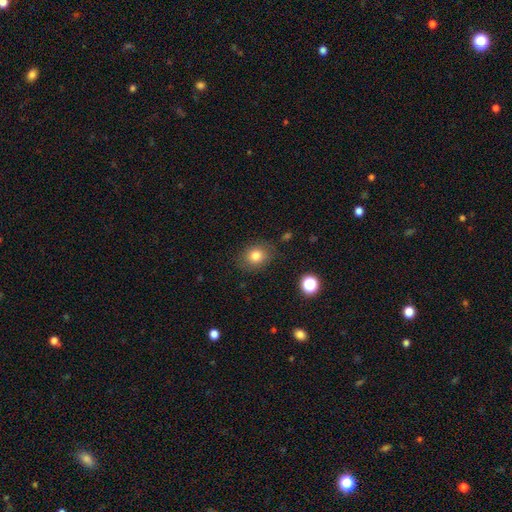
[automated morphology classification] Smooth or featured: smooth — 80% (star or artifact — 12%)
How rounded: round — 63% (in between — 36%)
Merging: none — 82% (minor disturbance — 13%)